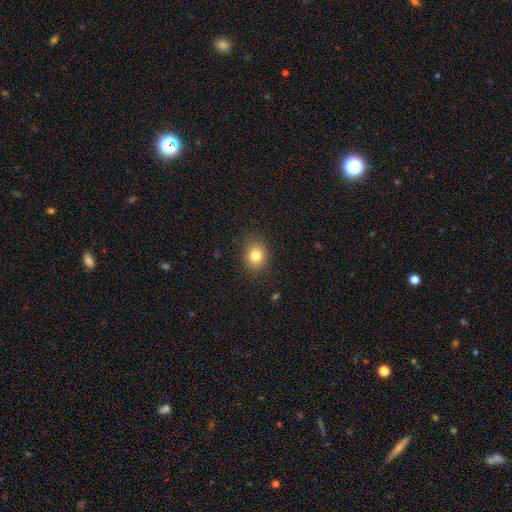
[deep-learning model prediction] Smooth or featured?
  - smooth: 81% *
  - star or artifact: 11%
  - featured or disk: 8%
How rounded?
  - round: 61% *
  - in between: 38%
  - cigar-shaped: 1%
Merging?
  - none: 88% *
  - minor disturbance: 9%
  - major disturbance: 3%
  - merger: 1%